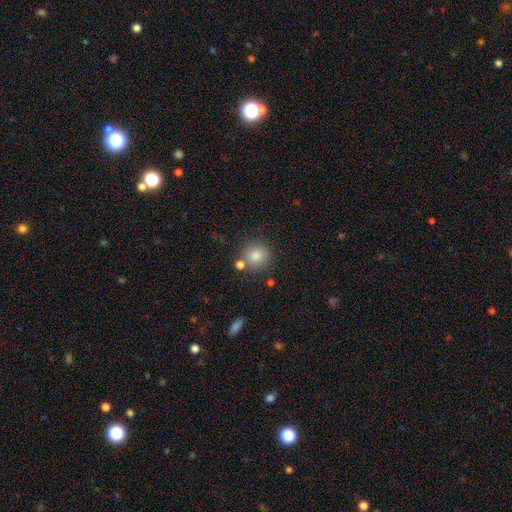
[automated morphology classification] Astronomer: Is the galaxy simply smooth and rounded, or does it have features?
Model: smooth — 81%.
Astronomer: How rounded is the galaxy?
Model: round — 91%.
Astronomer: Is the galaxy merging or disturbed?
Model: none — 76%.